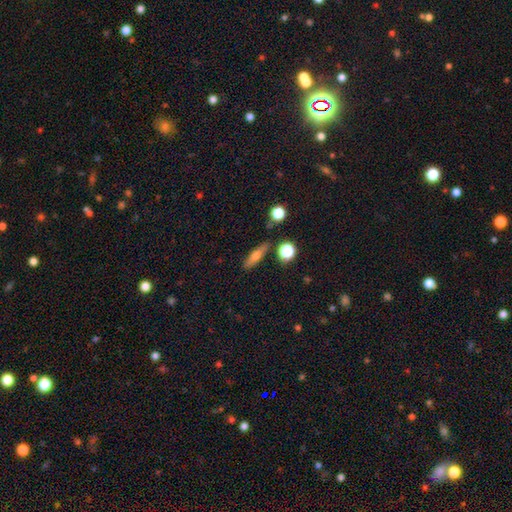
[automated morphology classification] smooth_or_featured: smooth (p=0.58) [alt: featured or disk p=0.31]
how_rounded: cigar-shaped (p=0.65) [alt: in between p=0.28]
merging: none (p=0.81) [alt: minor disturbance p=0.12]